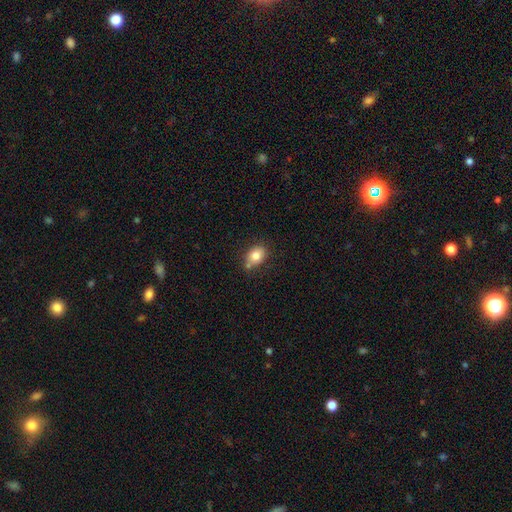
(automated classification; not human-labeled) This appears to be a smooth galaxy with no disk features (81%) that is in between round and cigar-shaped (64%). Merging: none (63%).